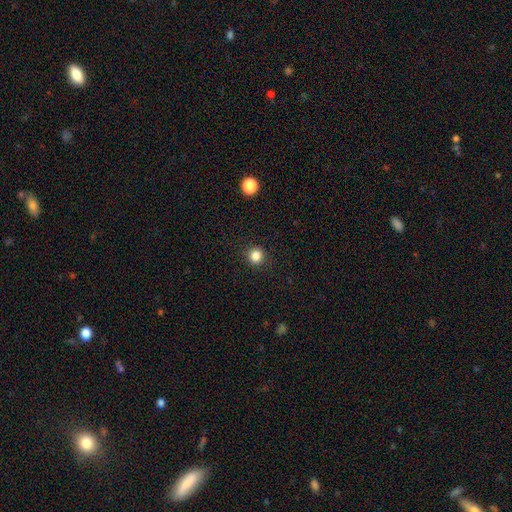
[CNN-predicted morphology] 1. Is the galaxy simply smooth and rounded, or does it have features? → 84% smooth, 12% star or artifact, 4% featured or disk.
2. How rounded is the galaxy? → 90% round, 9% in between, 1% cigar-shaped.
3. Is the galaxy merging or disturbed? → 90% none, 6% minor disturbance, 2% major disturbance, 1% merger.